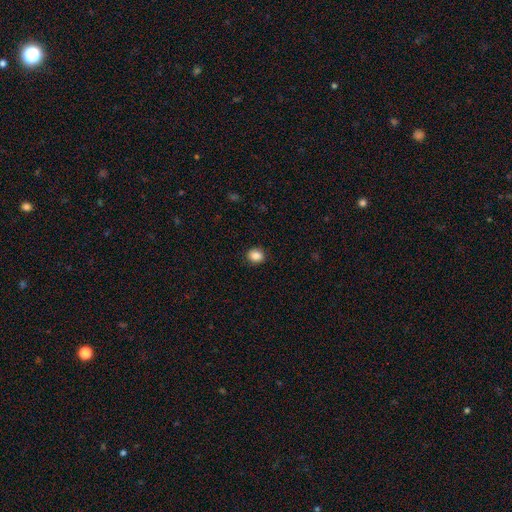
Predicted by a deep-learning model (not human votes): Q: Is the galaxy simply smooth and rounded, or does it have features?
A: smooth — 87%.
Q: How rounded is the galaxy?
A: round — 69%.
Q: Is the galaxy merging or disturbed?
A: none — 89%.